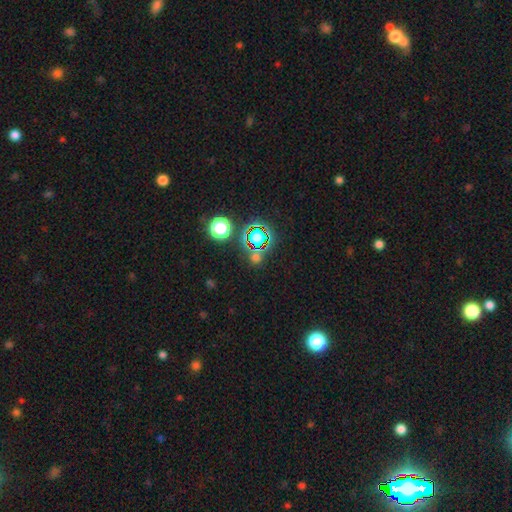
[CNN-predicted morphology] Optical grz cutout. It shows a star or artifact, not a galaxy (71%).